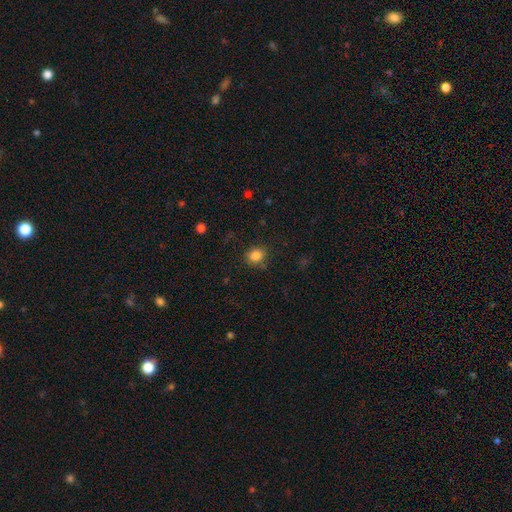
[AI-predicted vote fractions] Morphology: type=smooth (85%); roundness=round (69%); merging=none (79%).